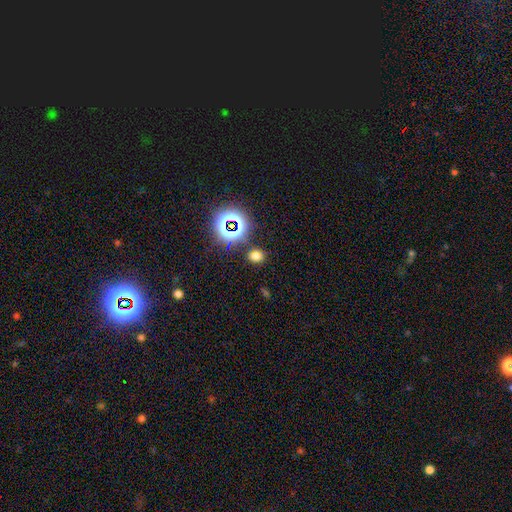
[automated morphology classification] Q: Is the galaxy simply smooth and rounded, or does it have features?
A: smooth — 67%.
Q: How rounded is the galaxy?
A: round — 58%.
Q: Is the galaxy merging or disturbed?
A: none — 83%.